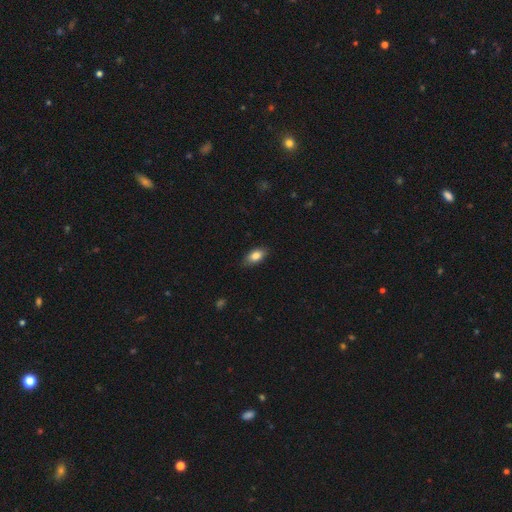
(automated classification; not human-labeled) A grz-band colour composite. It shows a smooth galaxy with no disk features (83%) that is in between round and cigar-shaped (89%). Merging: none (85%).